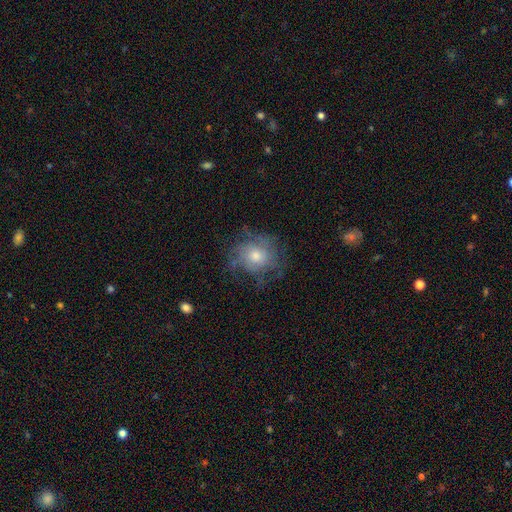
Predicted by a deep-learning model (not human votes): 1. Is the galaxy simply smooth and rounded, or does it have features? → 53% featured or disk, 35% smooth, 11% star or artifact.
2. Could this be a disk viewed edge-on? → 96% no, 4% yes.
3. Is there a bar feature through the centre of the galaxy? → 83% no, 14% weak, 2% strong.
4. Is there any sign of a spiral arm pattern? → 73% yes, 27% no.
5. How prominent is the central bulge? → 59% moderate, 28% small, 9% large, 2% none, 1% dominant.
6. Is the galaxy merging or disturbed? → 67% none, 19% minor disturbance, 13% major disturbance, 1% merger.